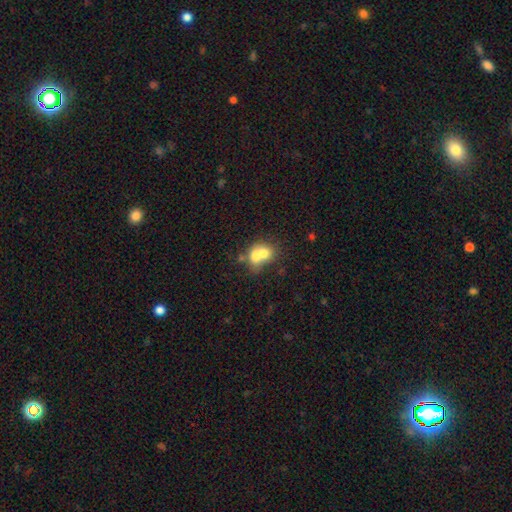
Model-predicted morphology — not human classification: A smooth galaxy with no disk features (66%) that is round (58%). Merging: merger (70%).